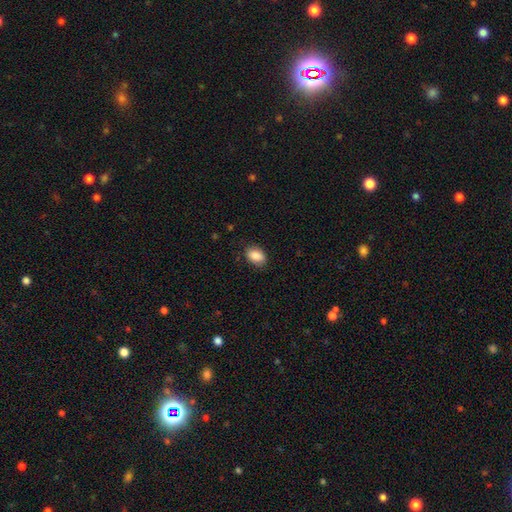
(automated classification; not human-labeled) A smooth galaxy with no disk features (86%) that is in between round and cigar-shaped (85%).

Vote fractions:
- Smooth or featured? smooth: 86% / star or artifact: 7% / featured or disk: 7%
- How rounded? in between: 85% / round: 13% / cigar-shaped: 2%
- Merging? none: 83% / minor disturbance: 13% / major disturbance: 3% / merger: 1%